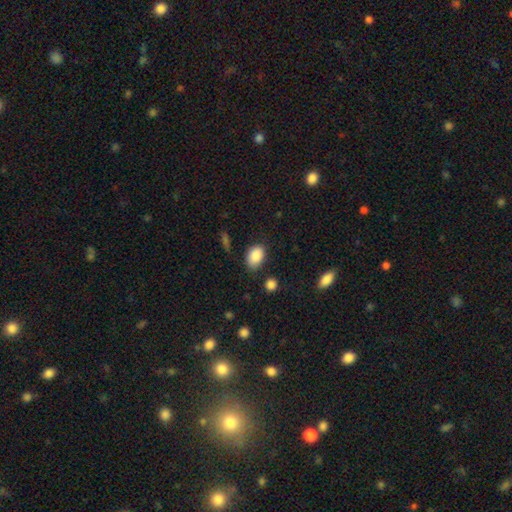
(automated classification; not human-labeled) The model was most divided on "merging": none: 75%, minor disturbance: 18%, major disturbance: 4%, merger: 3%. More confident: smooth or featured — smooth (88%); how rounded — in between (83%).